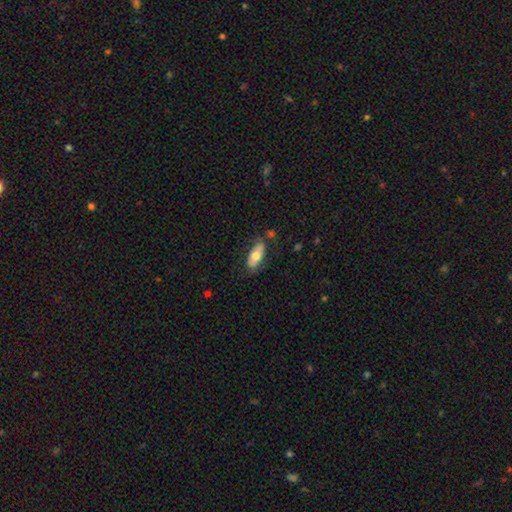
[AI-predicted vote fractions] This is likely a smooth galaxy (69%). How rounded: clearly in between (82%). Merging: likely none (72%).